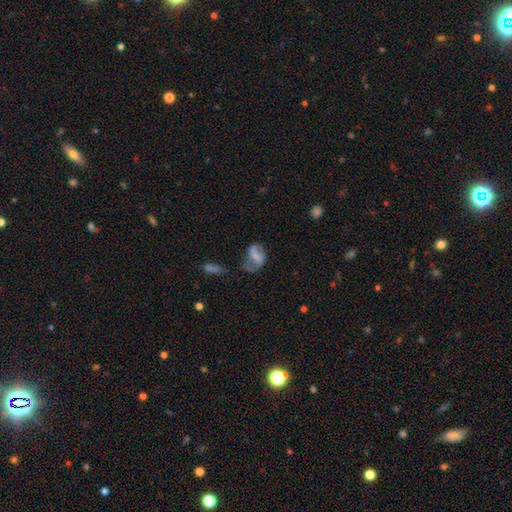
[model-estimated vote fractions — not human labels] Q: Smooth or featured?
A: featured or disk (45%); runner-up: smooth (44%)
Q: Merging?
A: none (33%); runner-up: major disturbance (32%)